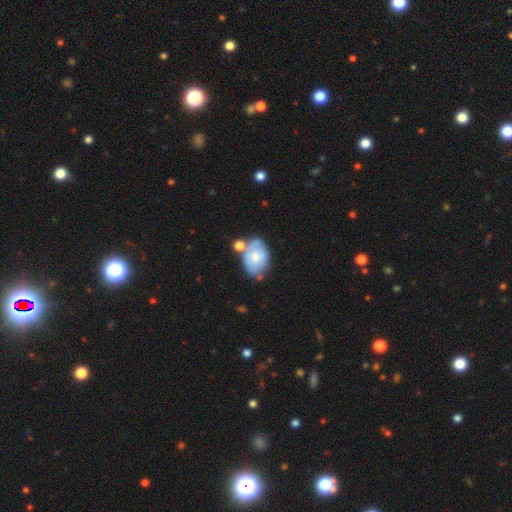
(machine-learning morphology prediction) Smooth or featured?
  - smooth: 63% *
  - featured or disk: 30%
  - star or artifact: 7%
How rounded?
  - in between: 79% *
  - round: 20%
  - cigar-shaped: 1%
Merging?
  - none: 51% *
  - minor disturbance: 22%
  - merger: 21%
  - major disturbance: 7%